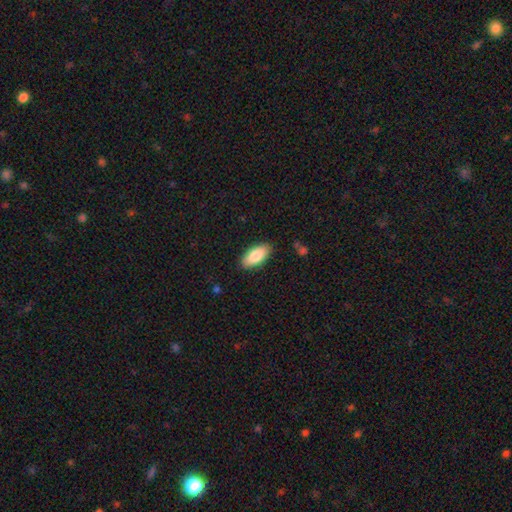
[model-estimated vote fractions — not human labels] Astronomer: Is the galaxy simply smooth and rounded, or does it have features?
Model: smooth — 82%.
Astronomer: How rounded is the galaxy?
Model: in between — 89%.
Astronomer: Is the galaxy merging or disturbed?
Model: none — 88%.